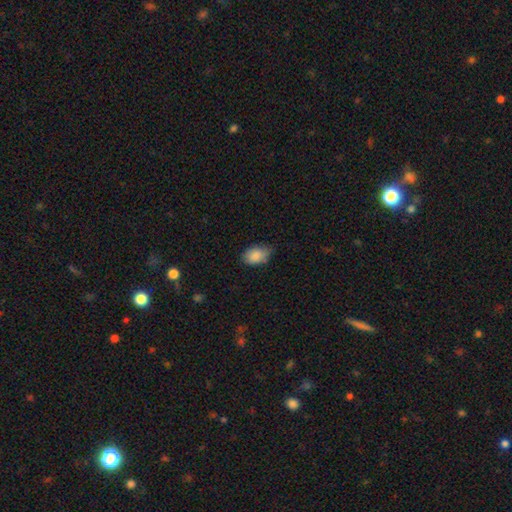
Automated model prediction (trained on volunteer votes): smooth_or_featured: smooth (p=0.87) [alt: star or artifact p=0.07]
how_rounded: in between (p=0.86) [alt: round p=0.13]
merging: none (p=0.63) [alt: minor disturbance p=0.31]